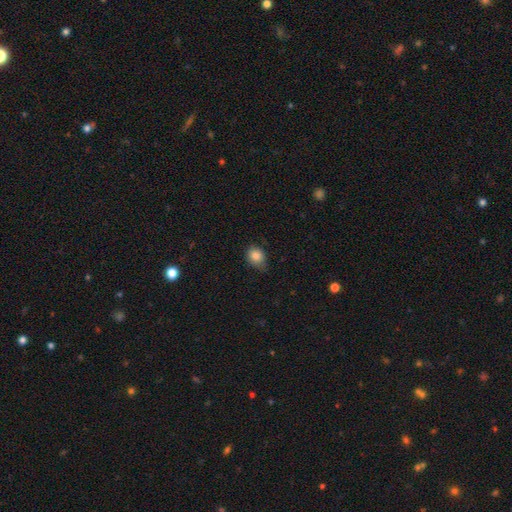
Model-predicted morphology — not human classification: This is clearly a smooth galaxy (85%). How rounded: possibly round (50%). Merging: likely none (63%).